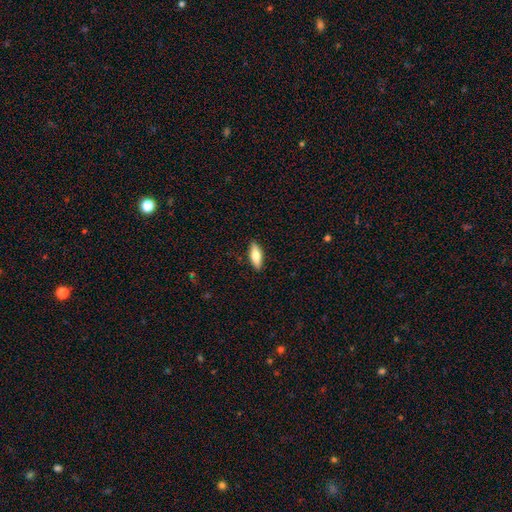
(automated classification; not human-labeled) smooth 70%, featured or disk 24%, star or artifact 6%. Down the decision tree: how rounded — in between (65%); merging — none (89%).